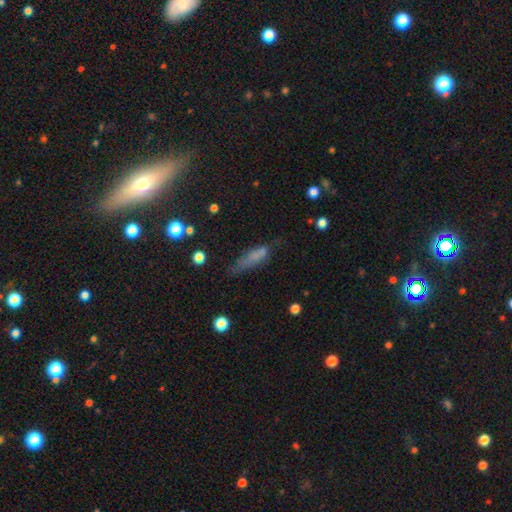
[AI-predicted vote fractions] Smooth or featured?
  - smooth: 67% *
  - featured or disk: 20%
  - star or artifact: 13%
How rounded?
  - cigar-shaped: 63% *
  - in between: 34%
  - round: 3%
Merging?
  - none: 46% *
  - minor disturbance: 31%
  - major disturbance: 19%
  - merger: 4%